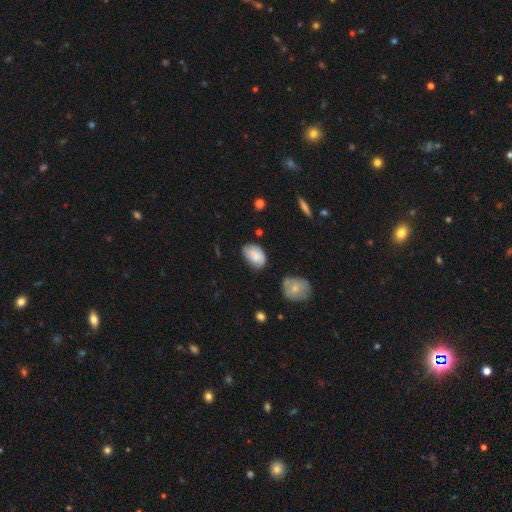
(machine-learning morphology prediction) smooth 75%, featured or disk 18%, star or artifact 7%. Down the decision tree: how rounded — in between (88%); merging — none (55%).